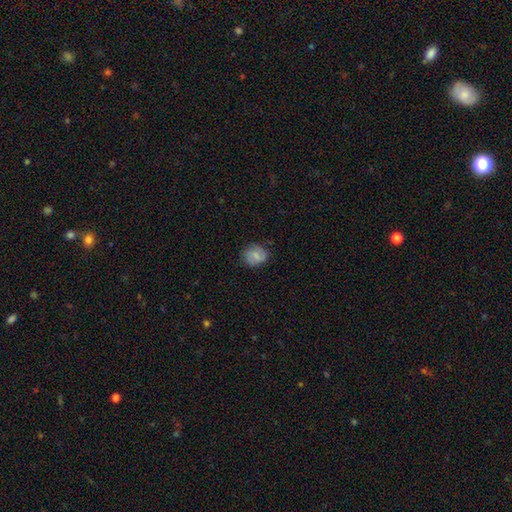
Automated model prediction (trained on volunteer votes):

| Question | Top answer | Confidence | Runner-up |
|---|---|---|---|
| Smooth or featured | smooth | 76% | featured or disk (16%) |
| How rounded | round | 67% | in between (32%) |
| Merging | none | 79% | minor disturbance (16%) |